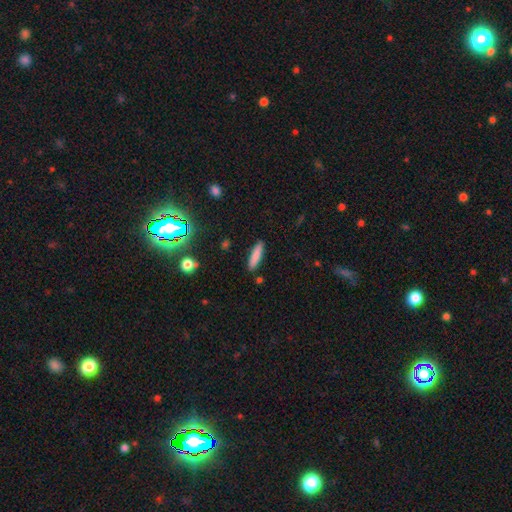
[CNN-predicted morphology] smooth 82%, featured or disk 9%, star or artifact 8%. Down the decision tree: how rounded — cigar-shaped (78%); merging — none (89%).